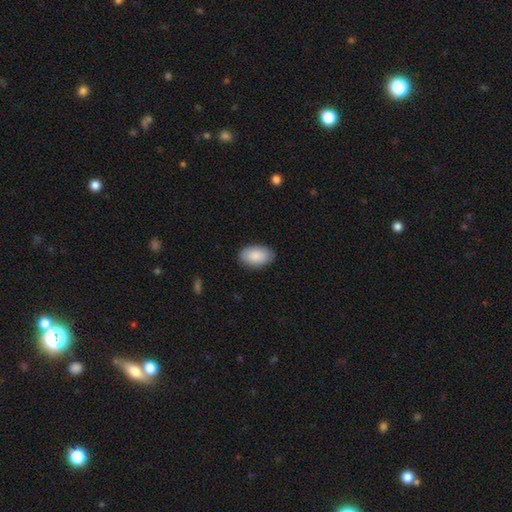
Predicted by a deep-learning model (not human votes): smooth_or_featured: smooth (p=0.89) [alt: featured or disk p=0.06]
how_rounded: in between (p=0.94) [alt: round p=0.05]
merging: none (p=0.87) [alt: minor disturbance p=0.10]